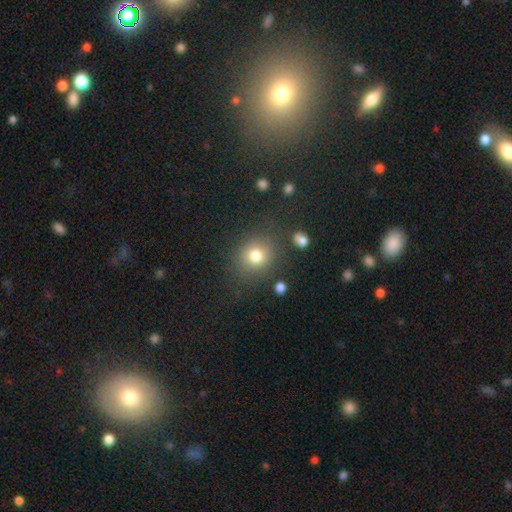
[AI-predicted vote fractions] smooth-or-featured: smooth: 78% | star or artifact: 14% | featured or disk: 9%
  how-rounded: round: 80% | in between: 19% | cigar-shaped: 1%
  merging: none: 81% | minor disturbance: 11% | major disturbance: 5% | merger: 3%